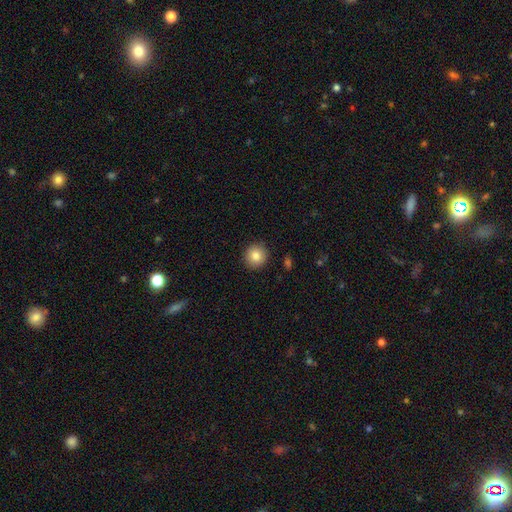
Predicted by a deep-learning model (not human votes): smooth_or_featured: smooth (p=0.84) [alt: star or artifact p=0.09]
how_rounded: round (p=0.93) [alt: in between p=0.06]
merging: none (p=0.91) [alt: minor disturbance p=0.06]